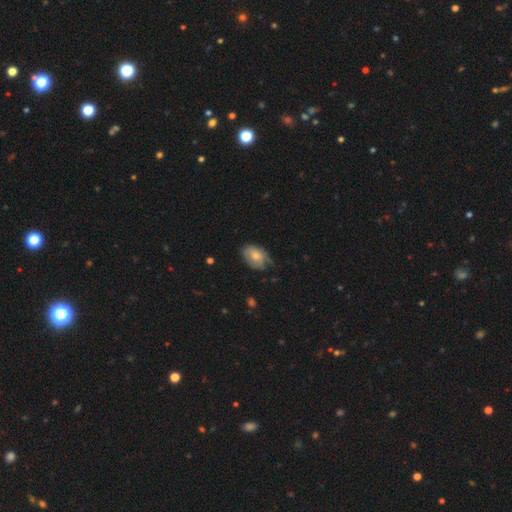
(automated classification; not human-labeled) Q: Smooth or featured?
A: smooth (63%); runner-up: featured or disk (30%)
Q: How rounded?
A: in between (81%); runner-up: round (18%)
Q: Merging?
A: none (51%); runner-up: minor disturbance (36%)